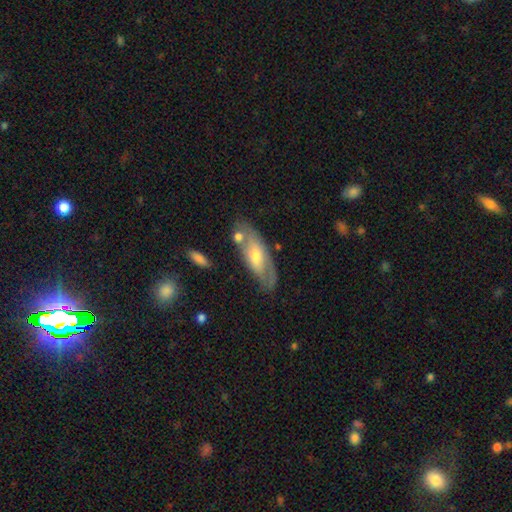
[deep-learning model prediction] A featured or disk galaxy (57%). Merging: none (70%).